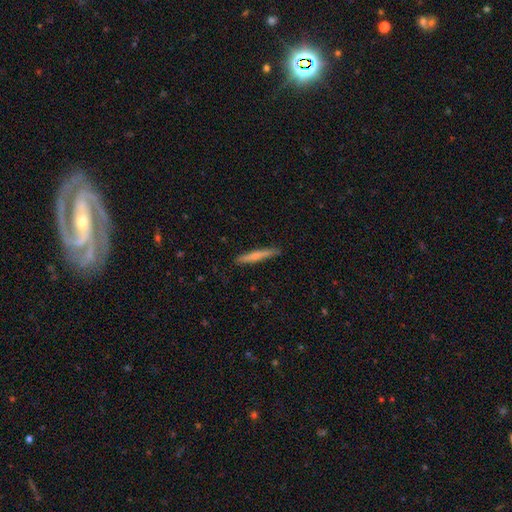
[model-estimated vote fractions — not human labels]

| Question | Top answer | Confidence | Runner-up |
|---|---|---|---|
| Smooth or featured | smooth | 60% | featured or disk (34%) |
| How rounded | cigar-shaped | 95% | in between (4%) |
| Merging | none | 88% | minor disturbance (9%) |